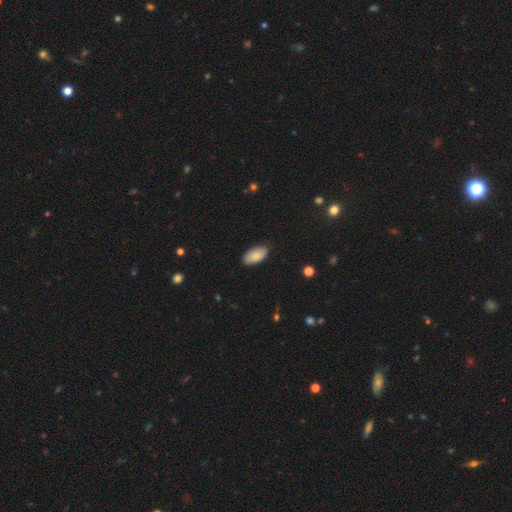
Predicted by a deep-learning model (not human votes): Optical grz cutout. It shows a smooth galaxy with no disk features (86%) that is in between round and cigar-shaped (95%). Merging: none (83%).